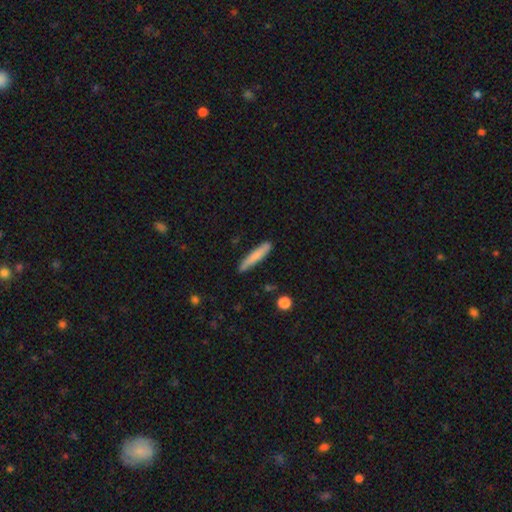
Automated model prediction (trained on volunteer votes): Morphology: type=smooth (76%); roundness=cigar-shaped (93%); merging=none (84%).